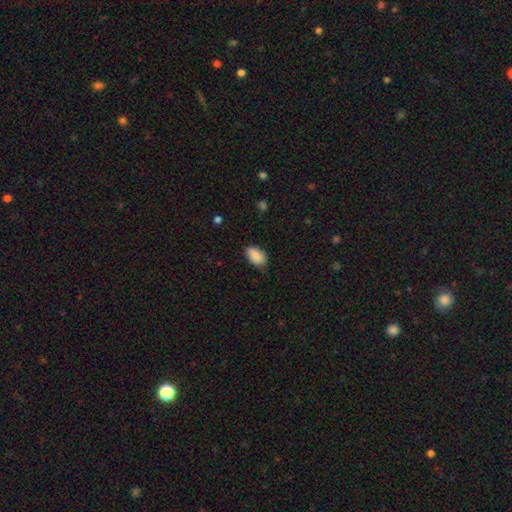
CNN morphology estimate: smooth 89%, star or artifact 7%, featured or disk 4%. Down the decision tree: how rounded — in between (91%); merging — none (71%).